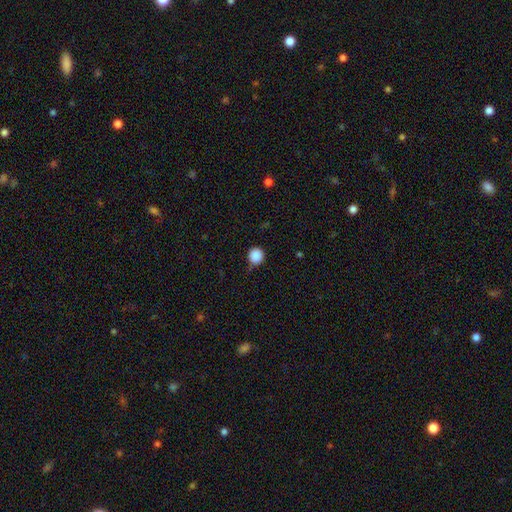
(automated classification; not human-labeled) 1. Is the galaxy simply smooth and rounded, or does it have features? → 88% smooth, 10% star or artifact, 3% featured or disk.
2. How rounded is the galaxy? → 94% round, 5% in between, 1% cigar-shaped.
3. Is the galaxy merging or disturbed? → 78% none, 16% minor disturbance, 4% major disturbance, 2% merger.